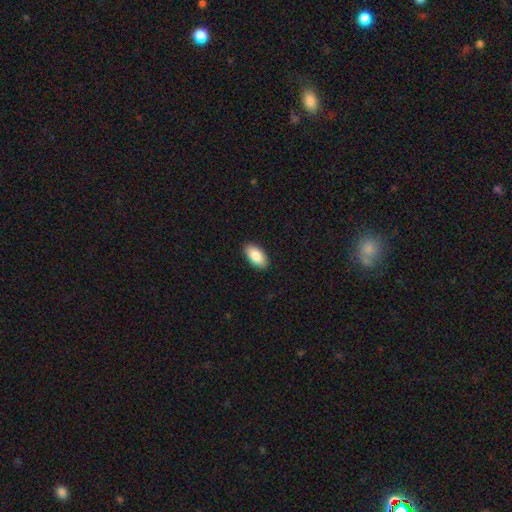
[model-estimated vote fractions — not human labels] Smooth or featured?
  - smooth: 87% *
  - featured or disk: 7%
  - star or artifact: 6%
How rounded?
  - in between: 95% *
  - cigar-shaped: 3%
  - round: 3%
Merging?
  - none: 90% *
  - minor disturbance: 8%
  - major disturbance: 2%
  - merger: 1%